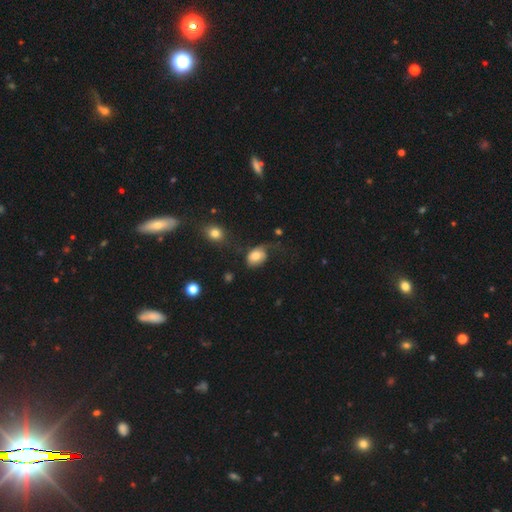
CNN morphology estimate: Smooth or featured: smooth — 73% (featured or disk — 19%)
How rounded: in between — 72% (round — 26%)
Merging: major disturbance — 34% (none — 33%)